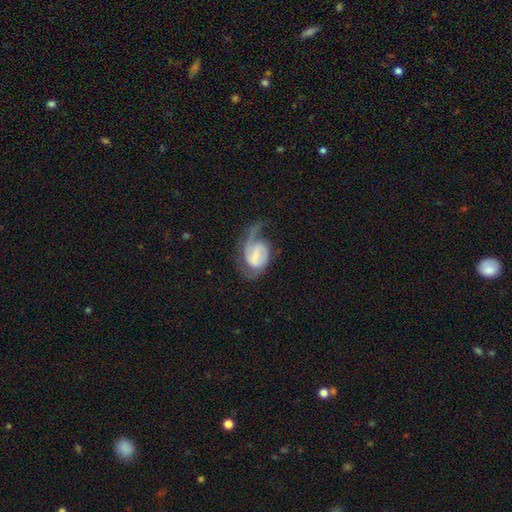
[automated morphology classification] type=featured or disk (73%); edge-on=no (98%); bar=weak (47%); spiral arms=yes (92%); winding=medium (42%); arm count=2 (56%); bulge=small (40%); merging=none (38%).